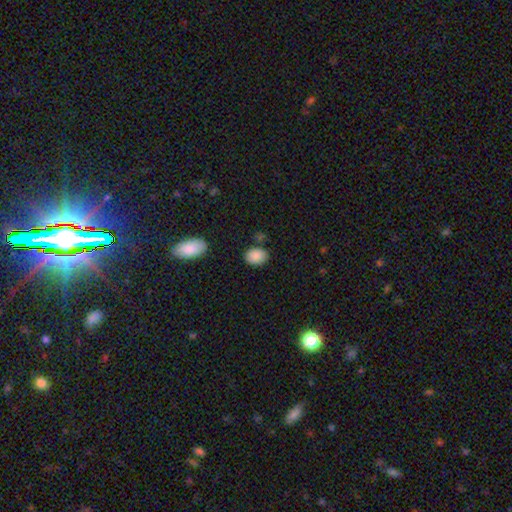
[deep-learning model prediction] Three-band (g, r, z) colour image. It shows a smooth galaxy with no disk features (88%) that is in between round and cigar-shaped (75%). Merging: none (78%).